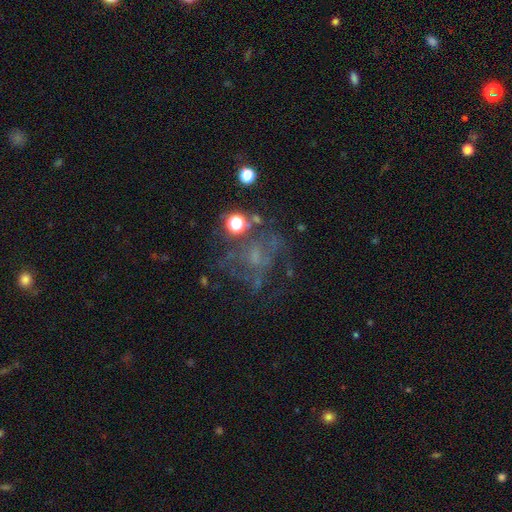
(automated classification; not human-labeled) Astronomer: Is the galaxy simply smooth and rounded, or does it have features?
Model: featured or disk — 55%.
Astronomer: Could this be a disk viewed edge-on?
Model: no — 97%.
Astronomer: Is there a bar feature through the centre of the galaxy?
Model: no — 77%.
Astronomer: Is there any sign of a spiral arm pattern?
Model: no — 62% (runner-up: yes, 38%).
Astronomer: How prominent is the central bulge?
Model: small — 38%, tied with none at 38%.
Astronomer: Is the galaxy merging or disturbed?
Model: none — 50% (runner-up: major disturbance, 27%).